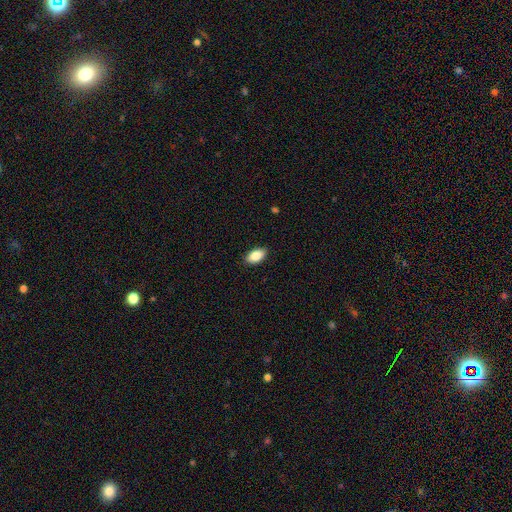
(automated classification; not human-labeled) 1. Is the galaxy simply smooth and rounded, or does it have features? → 86% smooth, 7% star or artifact, 7% featured or disk.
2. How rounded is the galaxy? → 93% in between, 4% round, 3% cigar-shaped.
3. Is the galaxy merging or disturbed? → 88% none, 9% minor disturbance, 2% major disturbance, 1% merger.